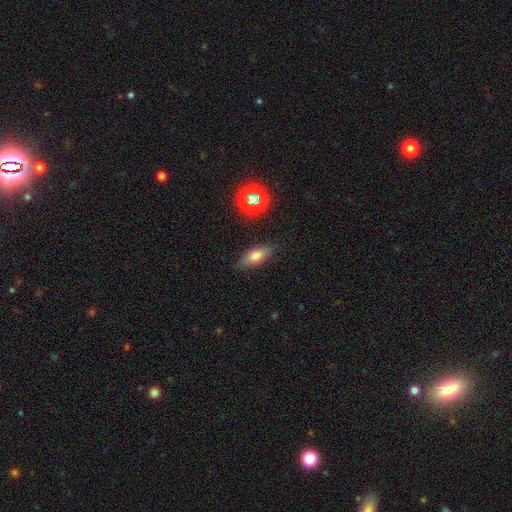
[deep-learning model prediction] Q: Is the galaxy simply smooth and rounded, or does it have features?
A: smooth — 74%.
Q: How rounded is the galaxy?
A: in between — 78%.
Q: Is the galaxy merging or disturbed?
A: none — 84%.